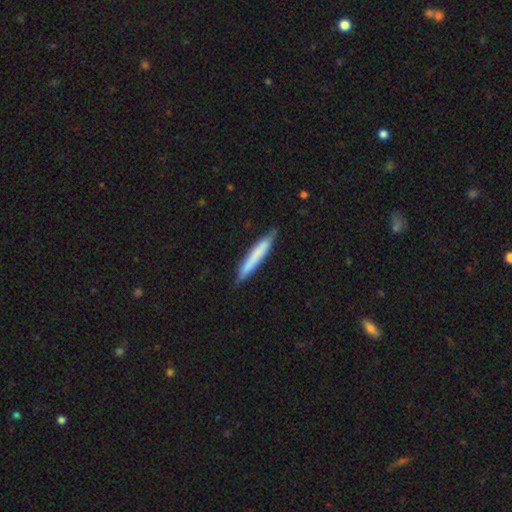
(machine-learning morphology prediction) This is likely a smooth galaxy (68%). How rounded: clearly cigar-shaped (95%). Merging: clearly none (83%).